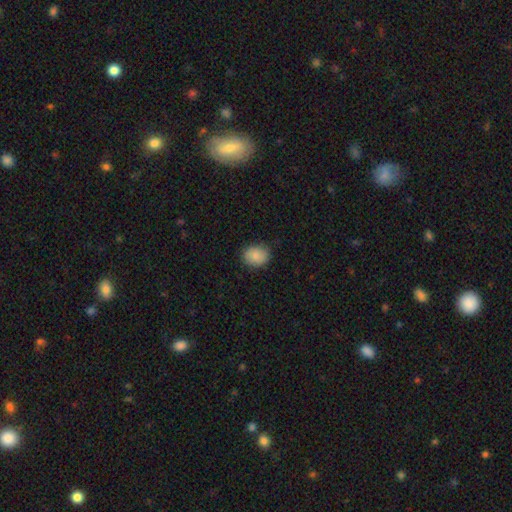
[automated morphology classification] A smooth galaxy with no disk features (86%) that is round (54%).

Vote fractions:
- Smooth or featured? smooth: 86% / star or artifact: 8% / featured or disk: 6%
- How rounded? round: 54% / in between: 46% / cigar-shaped: 1%
- Merging? none: 84% / minor disturbance: 12% / major disturbance: 3% / merger: 1%